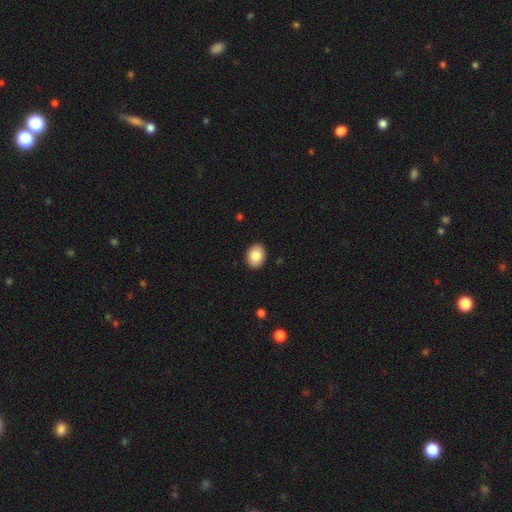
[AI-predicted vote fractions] The model was most divided on "how rounded": in between: 71%, round: 28%, cigar-shaped: 1%. More confident: merging — none (90%); smooth or featured — smooth (86%).